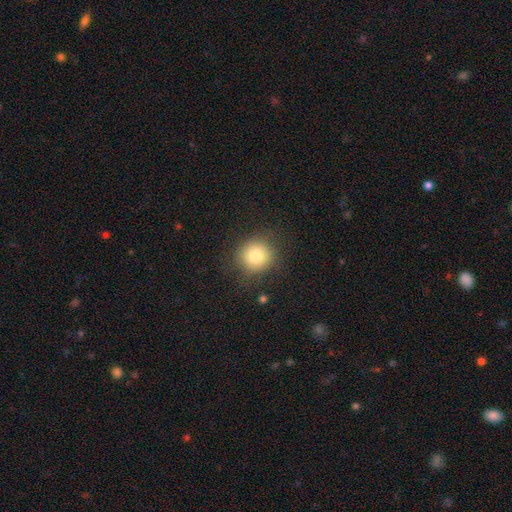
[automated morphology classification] smooth-or-featured: smooth: 80% | star or artifact: 11% | featured or disk: 9%
  how-rounded: round: 90% | in between: 9% | cigar-shaped: 1%
  merging: none: 84% | minor disturbance: 10% | major disturbance: 4% | merger: 1%